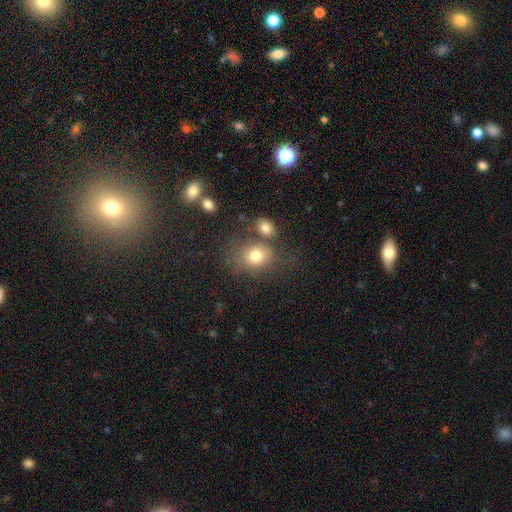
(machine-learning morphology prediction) smooth 77%, star or artifact 12%, featured or disk 11%. Down the decision tree: how rounded — round (54%); merging — none (56%).